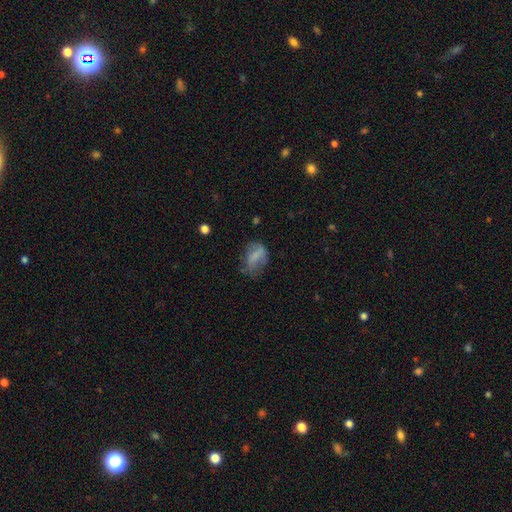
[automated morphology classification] smooth-or-featured: smooth: 66% | featured or disk: 23% | star or artifact: 11%
  how-rounded: in between: 76% | round: 20% | cigar-shaped: 4%
  merging: none: 42% | minor disturbance: 31% | major disturbance: 25% | merger: 3%